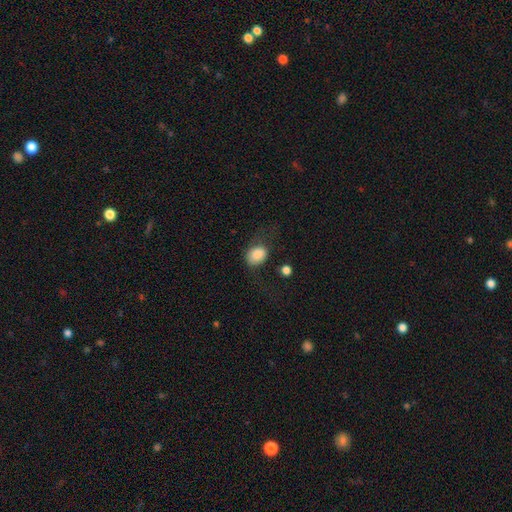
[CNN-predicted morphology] The model was most divided on "how rounded": in between: 61%, round: 38%, cigar-shaped: 1%. More confident: smooth or featured — smooth (85%); merging — none (51%).